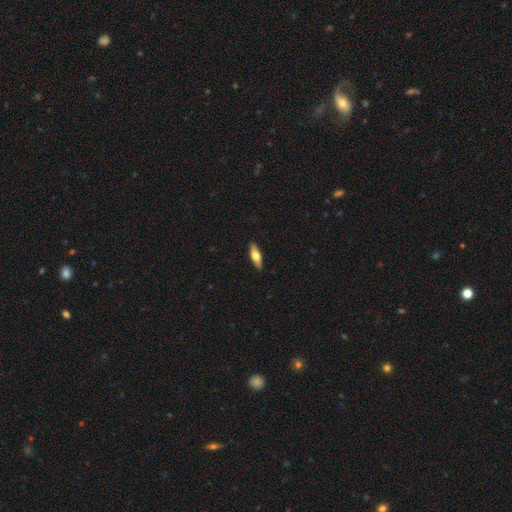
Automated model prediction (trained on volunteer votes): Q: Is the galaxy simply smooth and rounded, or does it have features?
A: smooth — 59%.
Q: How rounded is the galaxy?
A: in between — 57%.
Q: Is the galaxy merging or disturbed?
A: none — 90%.